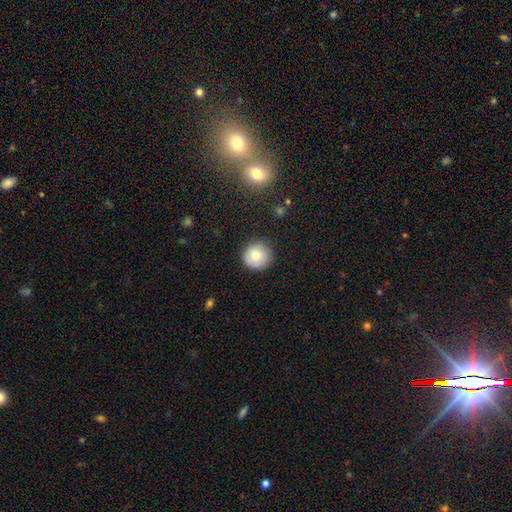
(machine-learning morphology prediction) Smooth or featured: smooth — 77% (featured or disk — 14%)
How rounded: round — 93% (in between — 6%)
Merging: none — 85% (minor disturbance — 12%)